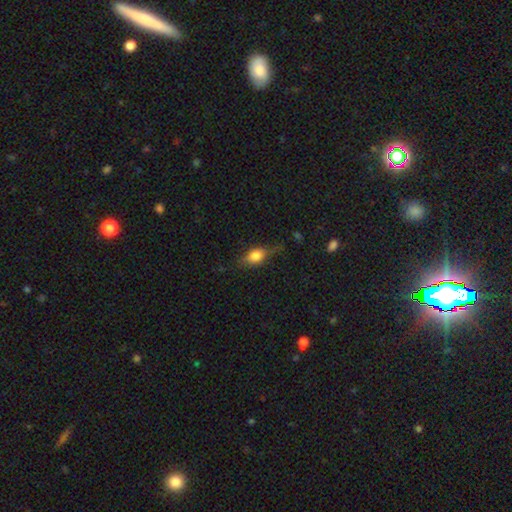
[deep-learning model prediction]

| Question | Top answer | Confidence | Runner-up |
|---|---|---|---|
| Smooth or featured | smooth | 64% | featured or disk (27%) |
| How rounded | in between | 72% | round (17%) |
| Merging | none | 64% | minor disturbance (24%) |